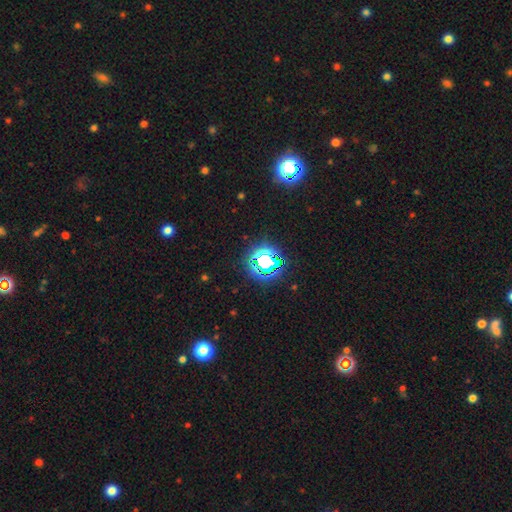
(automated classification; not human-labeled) smooth-or-featured: star or artifact: 76% | smooth: 16% | featured or disk: 8%